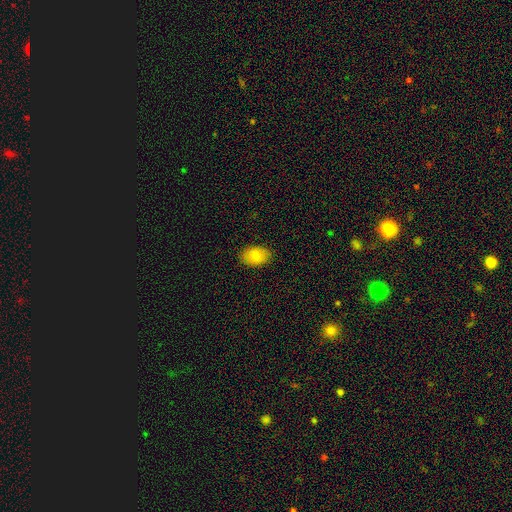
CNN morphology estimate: Smooth or featured: smooth — 81% (featured or disk — 11%)
How rounded: in between — 84% (round — 15%)
Merging: none — 88% (minor disturbance — 9%)